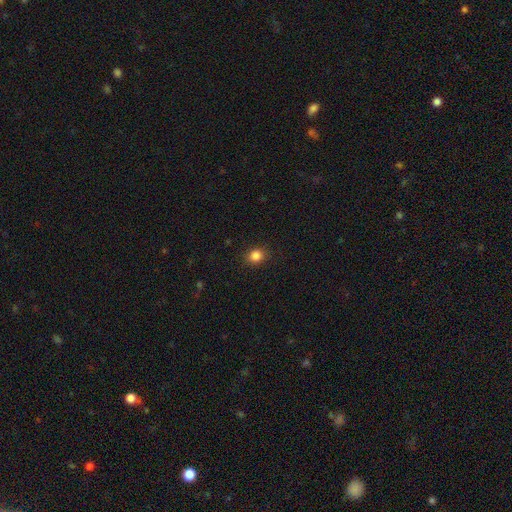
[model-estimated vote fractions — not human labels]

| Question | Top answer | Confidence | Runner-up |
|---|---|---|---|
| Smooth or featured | smooth | 85% | star or artifact (11%) |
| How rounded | round | 76% | in between (23%) |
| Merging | none | 89% | minor disturbance (8%) |